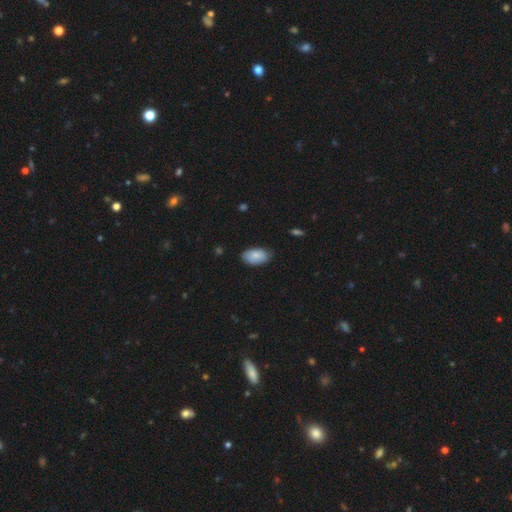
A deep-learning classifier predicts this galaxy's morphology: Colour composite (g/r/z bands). It shows a smooth galaxy with no disk features (81%) that is in between round and cigar-shaped (94%). Merging: none (77%).